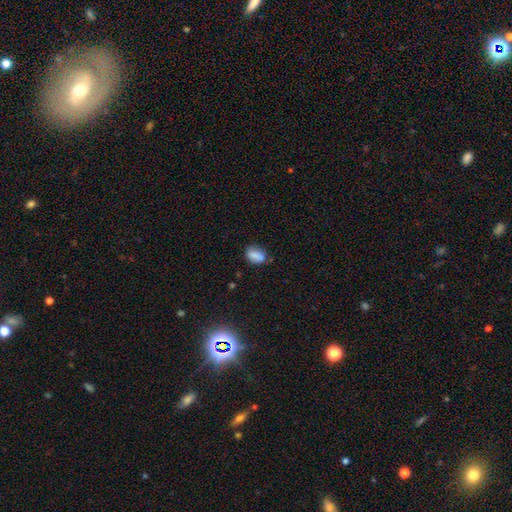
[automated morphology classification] This appears to be a smooth galaxy with no disk features (82%) that is in between round and cigar-shaped (83%). Merging: none (66%).